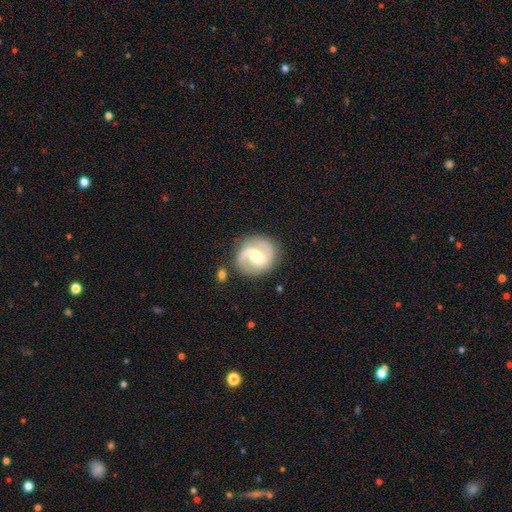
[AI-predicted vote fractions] This is clearly a featured or disk galaxy (81%). It is clearly not viewed edge-on (98%). Bar: possibly weak (47%). Spiral arm pattern: clearly yes (92%). Spiral arm count: clearly 2 (87%). Spiral winding: possibly medium (49%). Central bulge: possibly moderate (57%). Merging: likely none (78%).